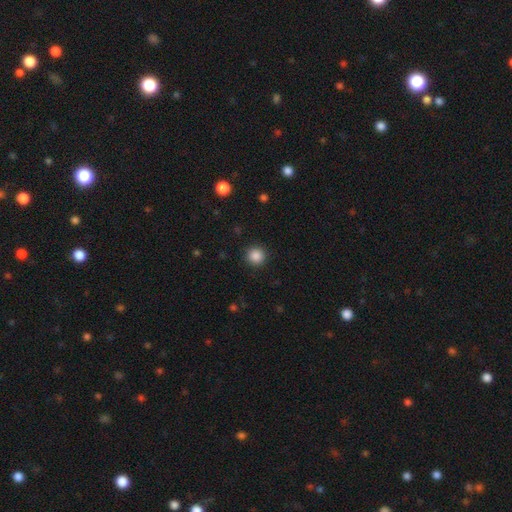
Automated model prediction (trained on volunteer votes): This appears to be a smooth galaxy with no disk features (87%) that is round (95%). Merging: none (91%).